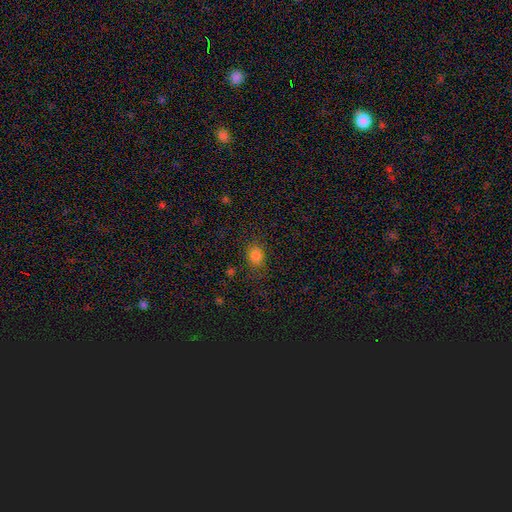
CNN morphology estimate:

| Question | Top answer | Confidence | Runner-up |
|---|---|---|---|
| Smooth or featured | smooth | 82% | star or artifact (14%) |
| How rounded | in between | 50% | round (48%) |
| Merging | none | 79% | minor disturbance (14%) |